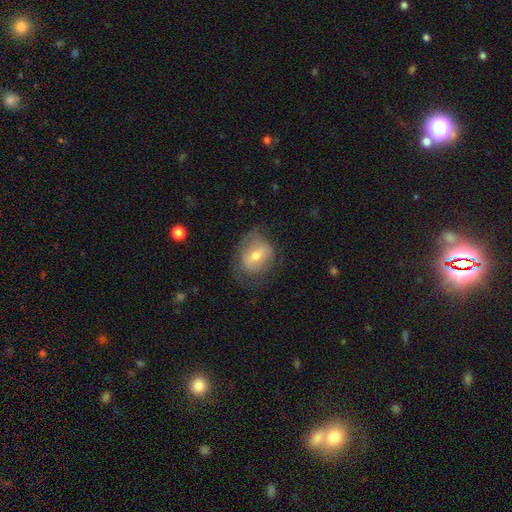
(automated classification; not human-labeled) Overall: smooth (51%; featured or disk 41%). How rounded: in between (51%; round 47%). Merging: none (57%; minor disturbance 26%).